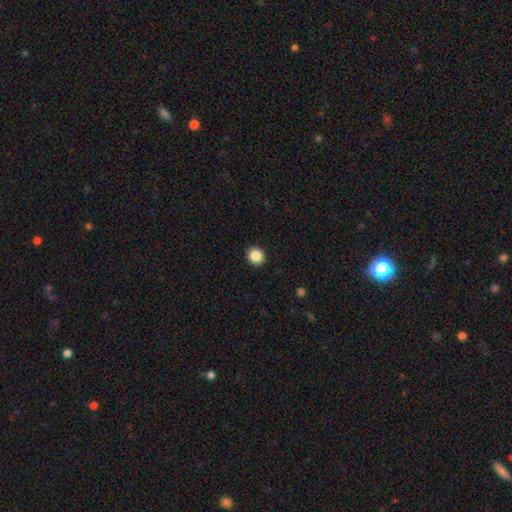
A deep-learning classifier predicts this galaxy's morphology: A smooth galaxy with no disk features (87%) that is round (81%).

Vote fractions:
- Smooth or featured? smooth: 87% / star or artifact: 10% / featured or disk: 3%
- How rounded? round: 81% / in between: 18% / cigar-shaped: 1%
- Merging? none: 92% / minor disturbance: 5% / major disturbance: 2% / merger: 1%